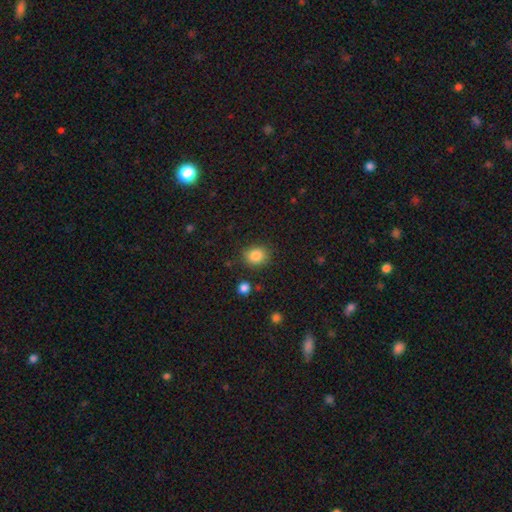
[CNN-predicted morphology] Smooth or featured? Predicted: smooth (p=0.85). How rounded? Predicted: round (p=0.67). Merging? Predicted: none (p=0.81).